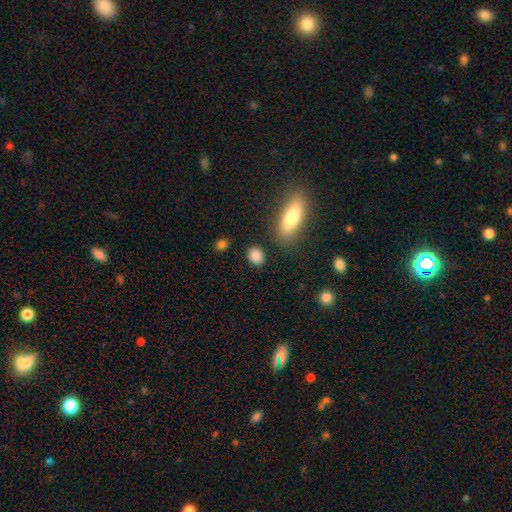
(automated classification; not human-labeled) This appears to be a smooth galaxy with no disk features (86%) that is in between round and cigar-shaped (50%). Merging: none (83%).